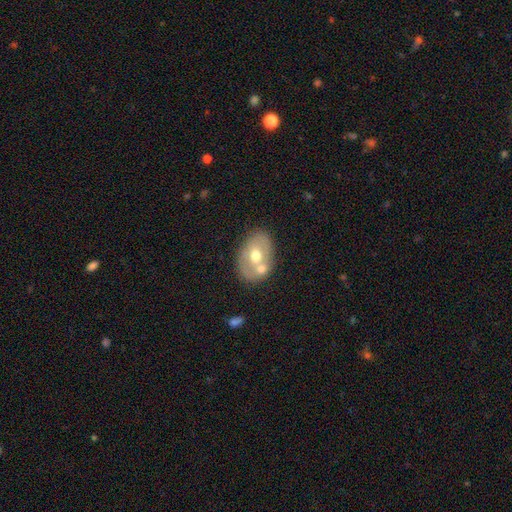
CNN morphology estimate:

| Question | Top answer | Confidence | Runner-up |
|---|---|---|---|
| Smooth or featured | smooth | 48% | featured or disk (45%) |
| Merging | none | 53% | merger (27%) |